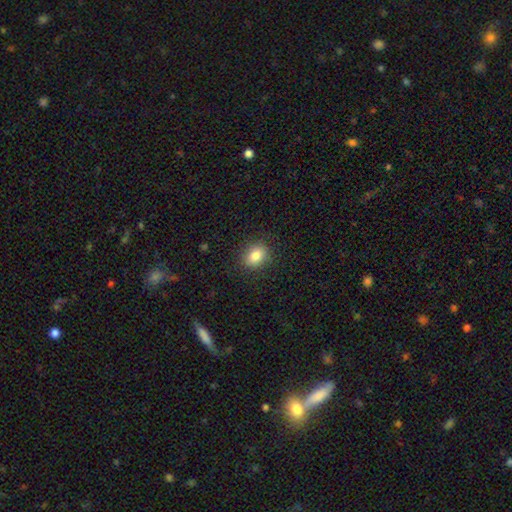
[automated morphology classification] This appears to be a smooth galaxy with no disk features (83%) that is in between round and cigar-shaped (57%). Merging: none (88%).